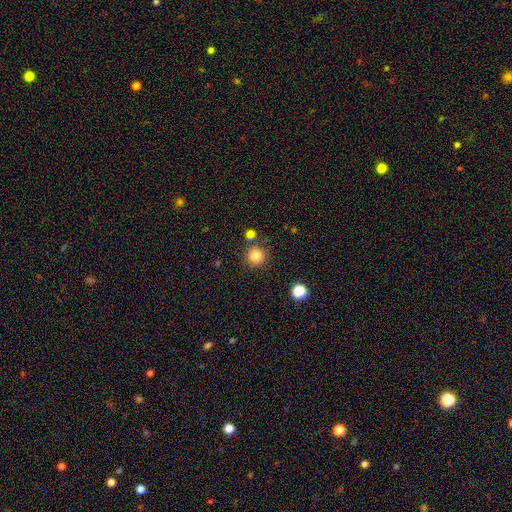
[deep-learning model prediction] Smooth or featured? smooth (82%)
How rounded? round (95%)
Merging? none (81%)